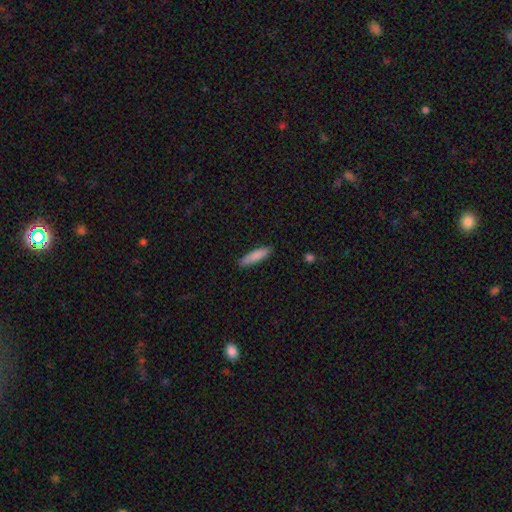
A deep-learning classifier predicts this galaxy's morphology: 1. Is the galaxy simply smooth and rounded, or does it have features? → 86% smooth, 9% featured or disk, 6% star or artifact.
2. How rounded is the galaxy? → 78% cigar-shaped, 21% in between, 1% round.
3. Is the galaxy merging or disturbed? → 89% none, 8% minor disturbance, 2% major disturbance, 1% merger.